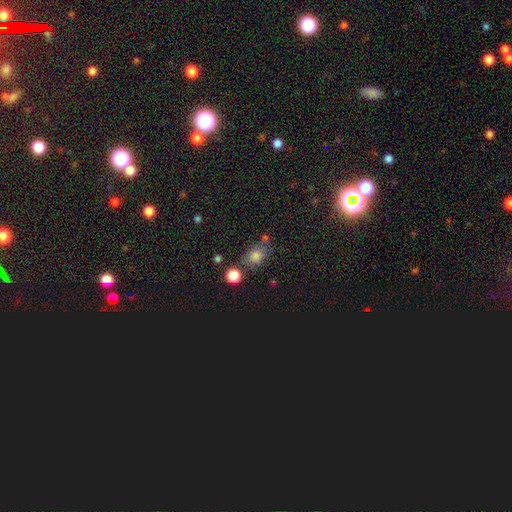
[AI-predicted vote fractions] smooth_or_featured: smooth (p=0.72) [alt: star or artifact p=0.20]
how_rounded: in between (p=0.52) [alt: round p=0.46]
merging: none (p=0.65) [alt: minor disturbance p=0.16]